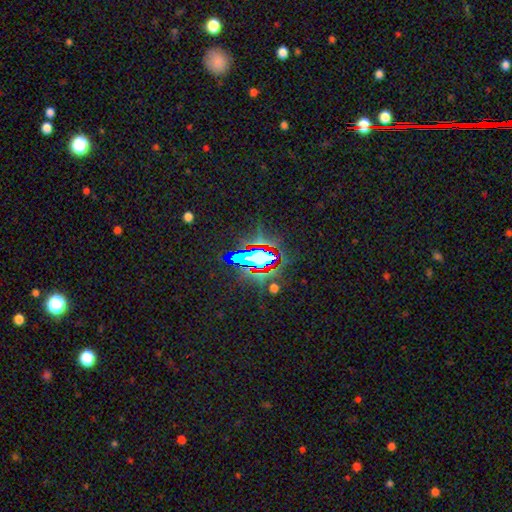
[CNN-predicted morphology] Smooth or featured? Predicted: star or artifact (p=0.63).